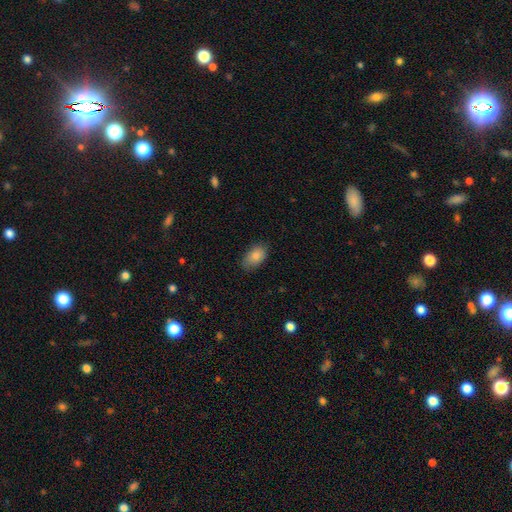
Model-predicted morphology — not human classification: type=smooth (85%); roundness=in between (89%); merging=none (74%).